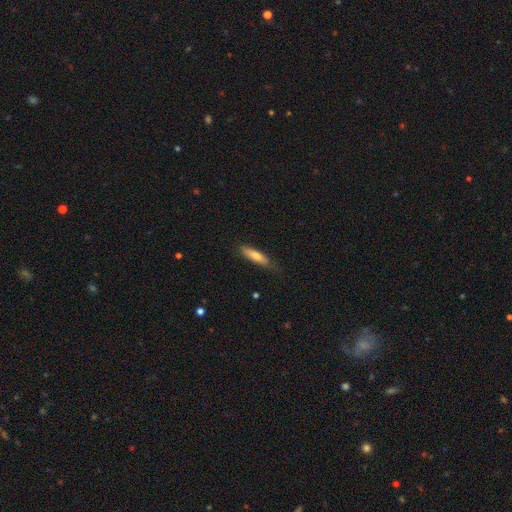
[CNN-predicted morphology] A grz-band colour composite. It shows a smooth galaxy with no disk features (70%) that is cigar-shaped (79%). Merging: none (76%).